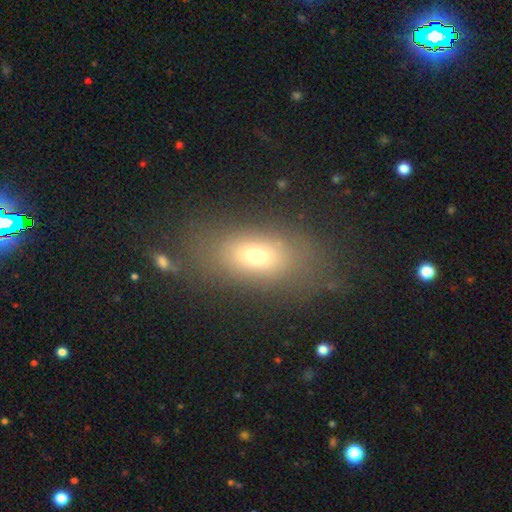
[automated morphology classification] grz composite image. It shows a smooth galaxy with no disk features (65%) that is in between round and cigar-shaped (76%). Merging: none (74%).